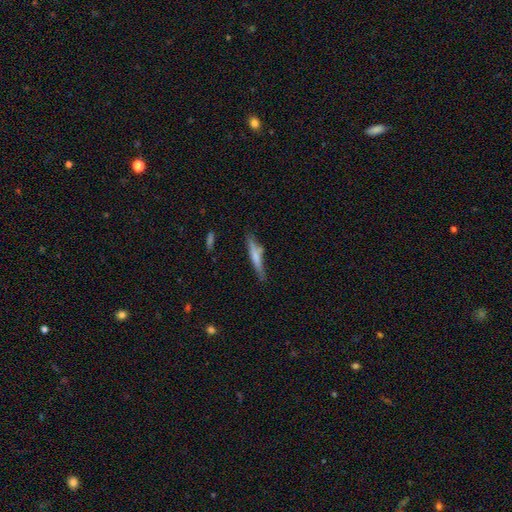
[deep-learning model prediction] smooth_or_featured: smooth (p=0.58) [alt: featured or disk p=0.35]
how_rounded: cigar-shaped (p=0.89) [alt: in between p=0.09]
merging: none (p=0.68) [alt: minor disturbance p=0.20]